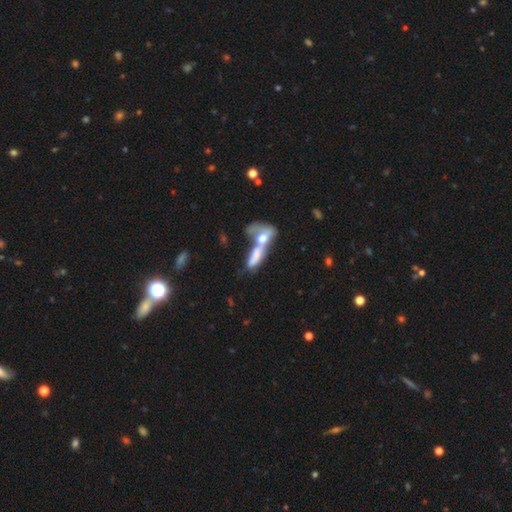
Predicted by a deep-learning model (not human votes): This appears to be a smooth galaxy with no disk features (57%) that is in between round and cigar-shaped (67%). Merging: merger (70%).